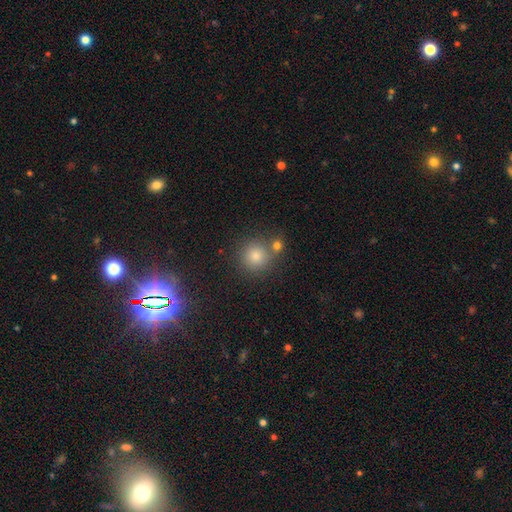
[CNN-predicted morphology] type=smooth (69%); roundness=round (92%); merging=none (73%).